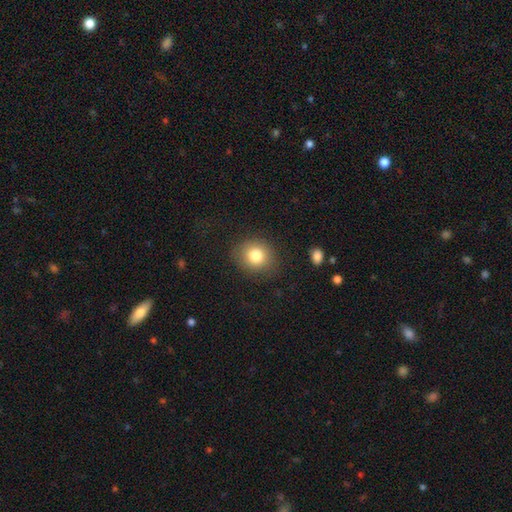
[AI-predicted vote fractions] A smooth galaxy with no disk features (81%) that is round (74%).

Vote fractions:
- Smooth or featured? smooth: 81% / star or artifact: 11% / featured or disk: 9%
- How rounded? round: 74% / in between: 25% / cigar-shaped: 1%
- Merging? none: 84% / minor disturbance: 11% / major disturbance: 4% / merger: 1%